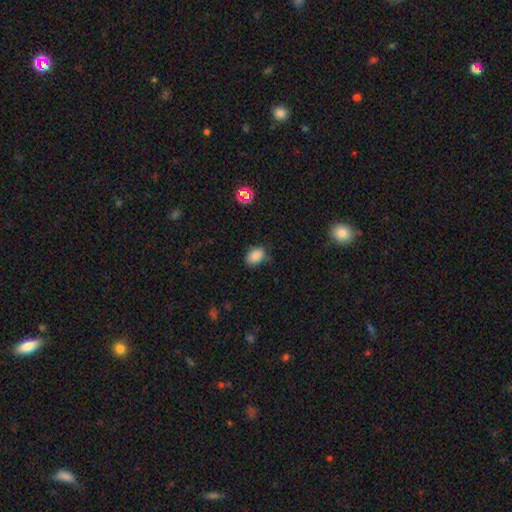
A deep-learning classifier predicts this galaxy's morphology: The model was most divided on "merging": none: 73%, minor disturbance: 21%, major disturbance: 4%, merger: 2%. More confident: smooth or featured — smooth (85%); how rounded — in between (83%).